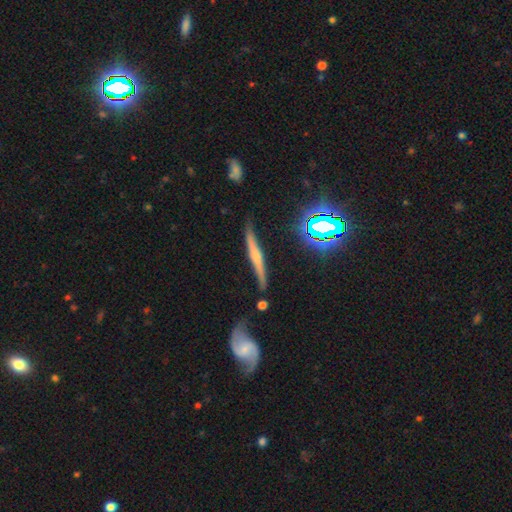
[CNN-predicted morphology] Smooth or featured? featured or disk (62%)
Edge-on disk? yes (90%)
Edge-on bulge? rounded (62%)
Merging? none (71%)